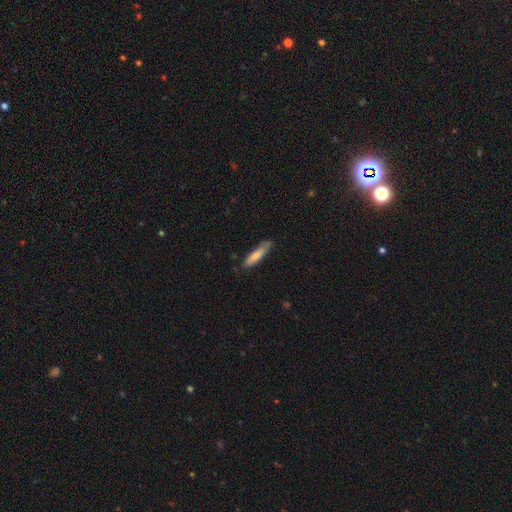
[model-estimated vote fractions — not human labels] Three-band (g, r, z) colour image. It shows a smooth galaxy with no disk features (79%) that is cigar-shaped (82%). Merging: none (72%).